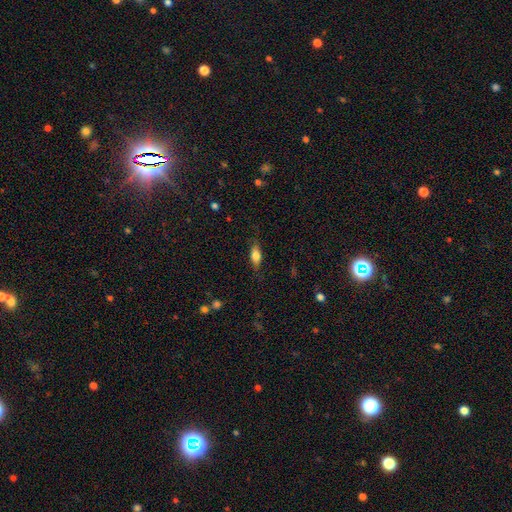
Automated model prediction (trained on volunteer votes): This is likely a smooth galaxy (73%). How rounded: likely in between (74%). Merging: likely none (77%).